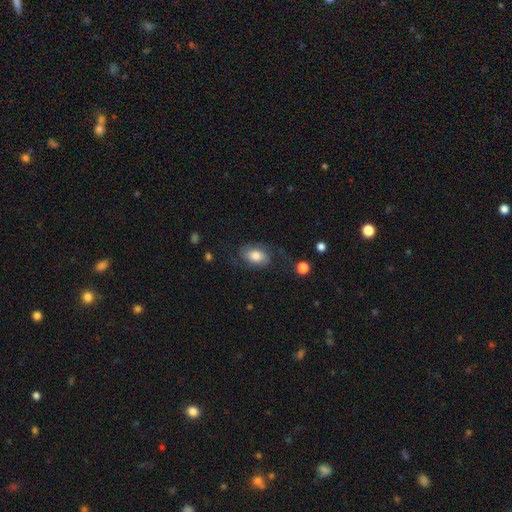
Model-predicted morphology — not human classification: A smooth galaxy with no disk features (60%) that is in between round and cigar-shaped (87%).

Vote fractions:
- Smooth or featured? smooth: 60% / featured or disk: 32% / star or artifact: 8%
- How rounded? in between: 87% / round: 11% / cigar-shaped: 2%
- Merging? none: 61% / minor disturbance: 21% / major disturbance: 16% / merger: 2%